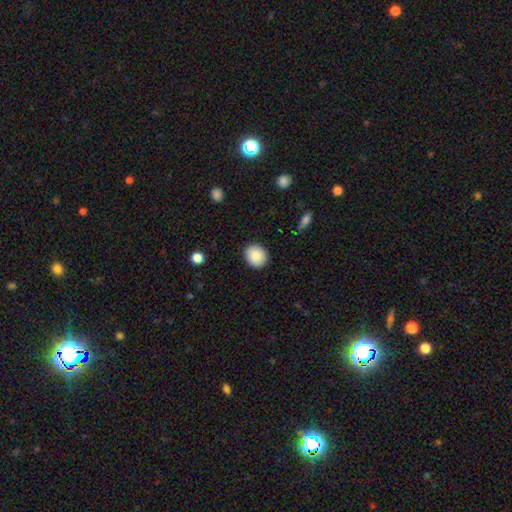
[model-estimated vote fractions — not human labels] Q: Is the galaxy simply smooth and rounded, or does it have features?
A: smooth — 89%.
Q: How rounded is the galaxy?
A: round — 70%.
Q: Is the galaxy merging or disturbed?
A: none — 89%.